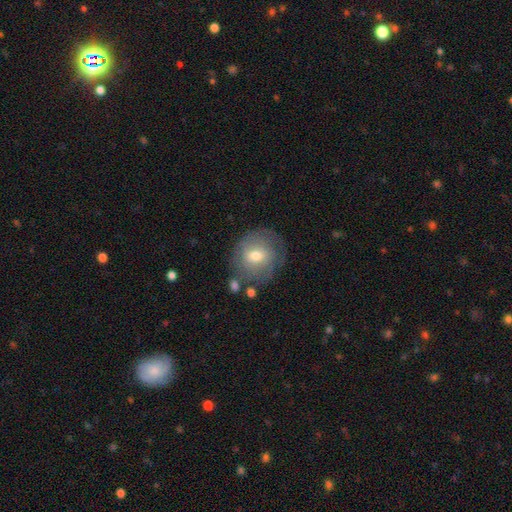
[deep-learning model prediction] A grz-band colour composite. It shows a smooth galaxy with no disk features (50%) that is round (78%). Merging: none (68%).